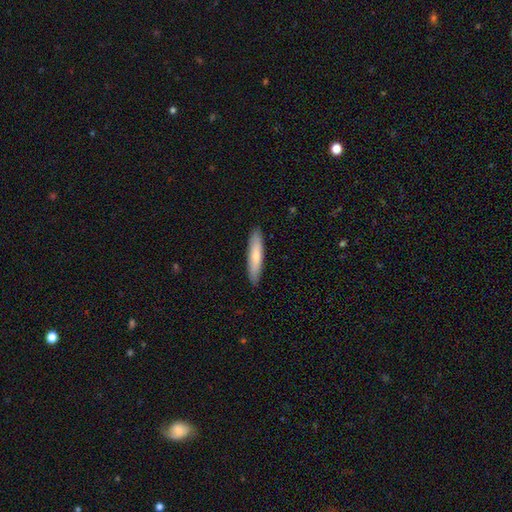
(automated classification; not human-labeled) Smooth or featured: smooth — 72% (featured or disk — 23%)
How rounded: cigar-shaped — 83% (in between — 16%)
Merging: none — 89% (minor disturbance — 9%)